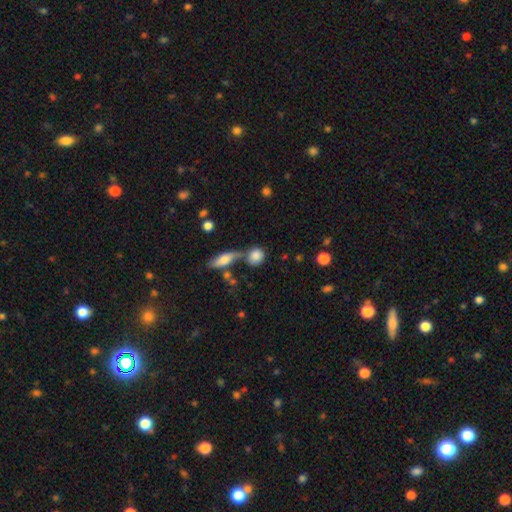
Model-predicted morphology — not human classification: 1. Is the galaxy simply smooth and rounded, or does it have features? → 83% smooth, 9% featured or disk, 8% star or artifact.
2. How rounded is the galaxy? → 71% round, 25% in between, 4% cigar-shaped.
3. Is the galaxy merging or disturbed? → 49% none, 31% merger, 14% minor disturbance, 7% major disturbance.